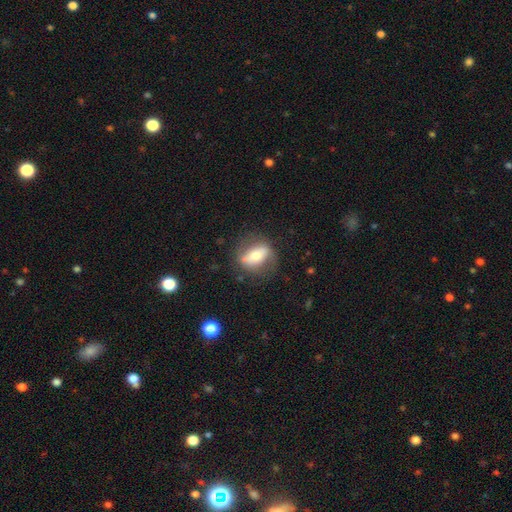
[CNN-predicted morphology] The model was most divided on "smooth or featured": featured or disk: 48%, smooth: 45%, star or artifact: 7%. More confident: merging — none (71%).